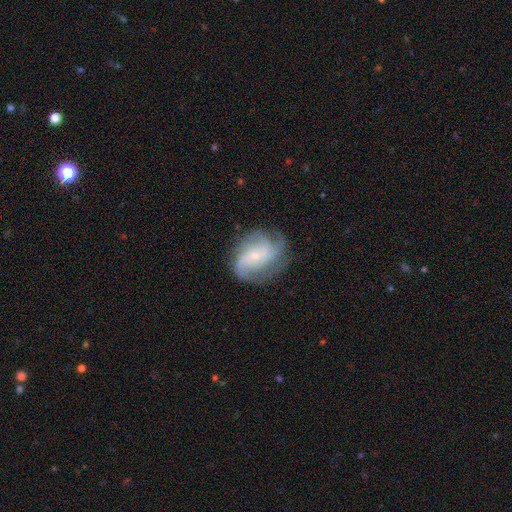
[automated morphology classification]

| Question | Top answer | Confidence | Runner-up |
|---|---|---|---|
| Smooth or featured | featured or disk | 79% | smooth (14%) |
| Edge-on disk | no | 97% | yes (3%) |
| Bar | no | 64% | weak (29%) |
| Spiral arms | yes | 94% | no (6%) |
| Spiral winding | medium | 43% | tight (34%) |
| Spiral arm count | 3 | 29% | can't tell (25%) |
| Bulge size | small | 77% | moderate (17%) |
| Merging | none | 67% | minor disturbance (20%) |